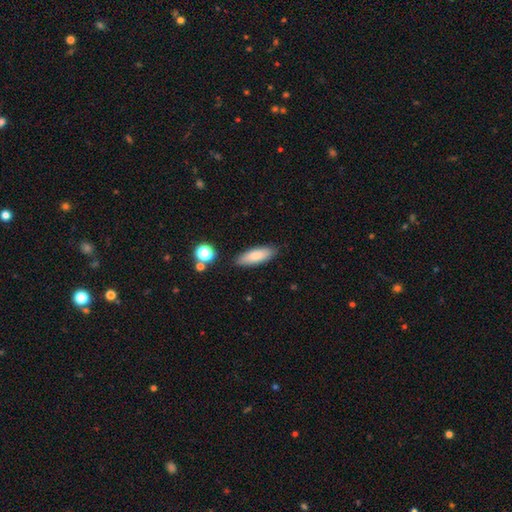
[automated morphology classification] Smooth or featured? smooth (83%)
How rounded? in between (59%)
Merging? none (86%)